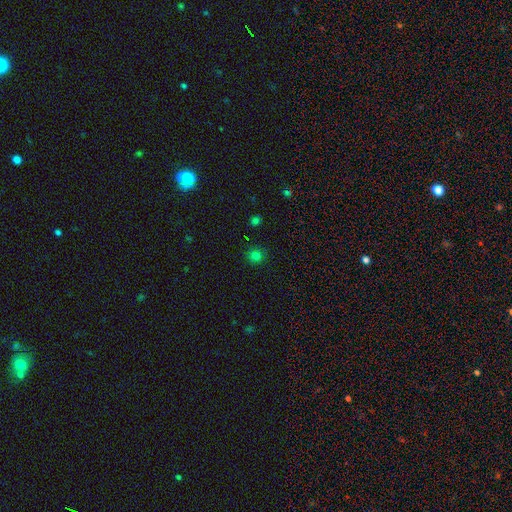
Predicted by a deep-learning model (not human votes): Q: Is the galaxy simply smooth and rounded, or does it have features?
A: smooth — 78%.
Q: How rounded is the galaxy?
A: round — 92%.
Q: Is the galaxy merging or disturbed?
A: none — 90%.